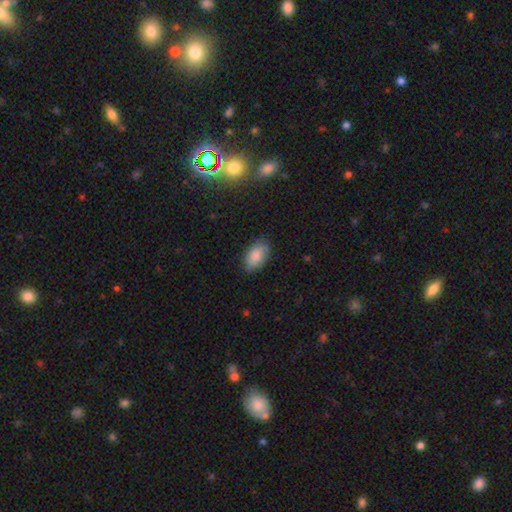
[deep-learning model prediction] Smooth or featured? Predicted: smooth (p=0.84). How rounded? Predicted: in between (p=0.94). Merging? Predicted: none (p=0.80).